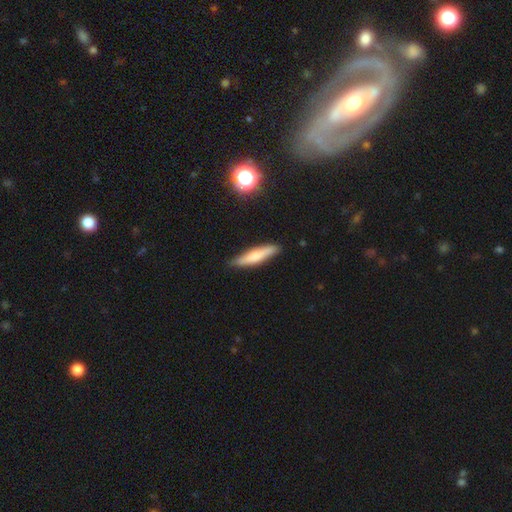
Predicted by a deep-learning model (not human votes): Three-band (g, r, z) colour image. It shows a smooth galaxy with no disk features (60%) that is cigar-shaped (85%). Merging: none (86%).